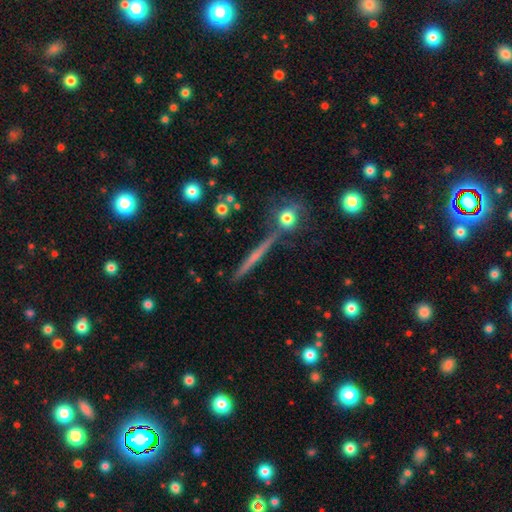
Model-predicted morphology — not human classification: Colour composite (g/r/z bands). It shows a featured or disk galaxy (60%) viewed edge-on (97%) with no central bulge (68%). Merging: none (86%).